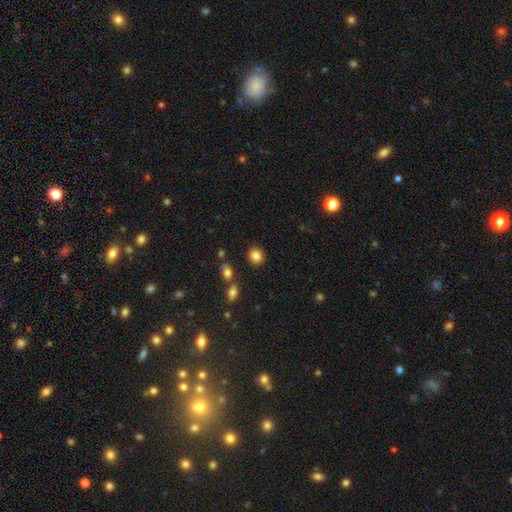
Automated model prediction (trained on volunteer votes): Smooth or featured?
  - smooth: 84% *
  - star or artifact: 10%
  - featured or disk: 6%
How rounded?
  - round: 74% *
  - in between: 25%
  - cigar-shaped: 1%
Merging?
  - none: 87% *
  - minor disturbance: 7%
  - merger: 4%
  - major disturbance: 2%